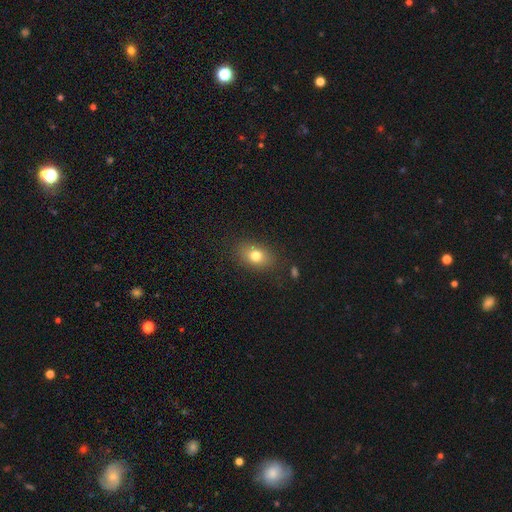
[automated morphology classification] smooth 78%, featured or disk 12%, star or artifact 11%. Down the decision tree: how rounded — in between (75%); merging — none (83%).